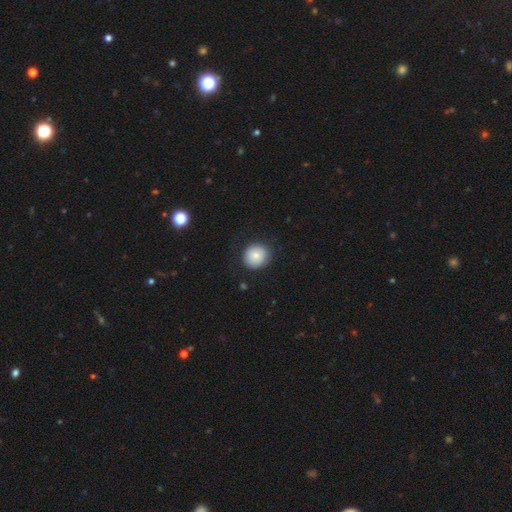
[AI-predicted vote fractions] This appears to be a smooth galaxy with no disk features (82%) that is round (85%). Merging: none (83%).